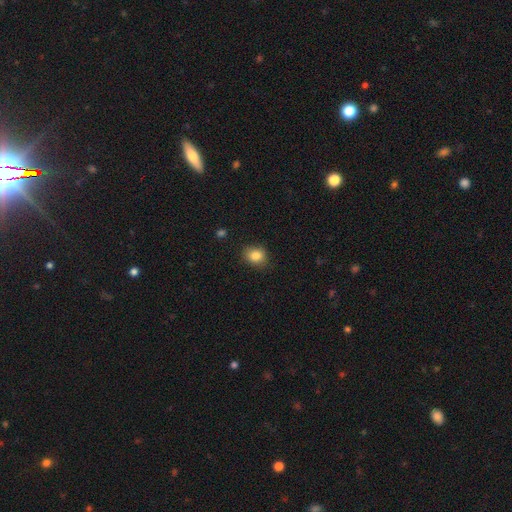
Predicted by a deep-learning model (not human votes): smooth-or-featured: smooth: 84% | star or artifact: 10% | featured or disk: 6%
  how-rounded: round: 63% | in between: 37% | cigar-shaped: 1%
  merging: none: 83% | minor disturbance: 13% | major disturbance: 3% | merger: 1%